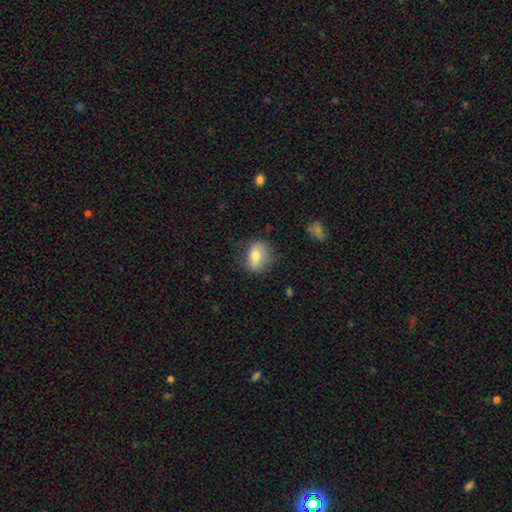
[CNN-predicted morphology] Smooth or featured? Predicted: smooth (p=0.74). How rounded? Predicted: in between (p=0.59). Merging? Predicted: none (p=0.74).